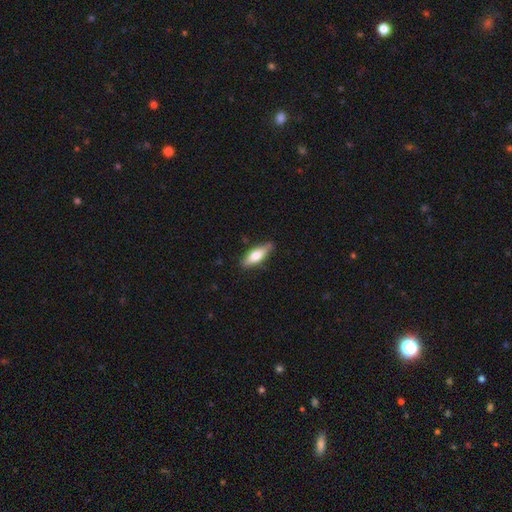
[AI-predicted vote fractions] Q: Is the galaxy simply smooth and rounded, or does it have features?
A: smooth — 70%.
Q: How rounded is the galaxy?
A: in between — 59%.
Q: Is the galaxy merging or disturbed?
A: none — 81%.